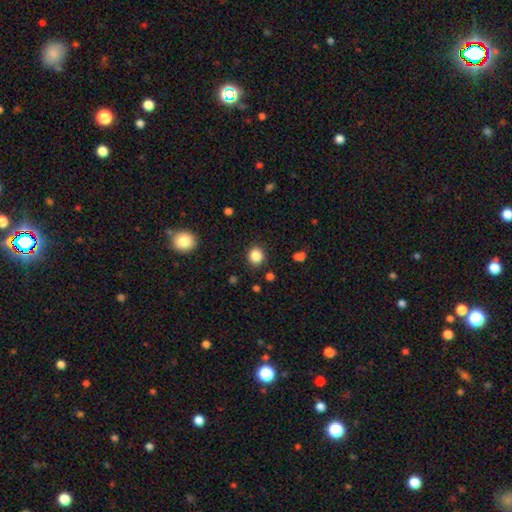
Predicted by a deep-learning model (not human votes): Smooth or featured? Predicted: smooth (p=0.85). How rounded? Predicted: round (p=0.82). Merging? Predicted: none (p=0.88).